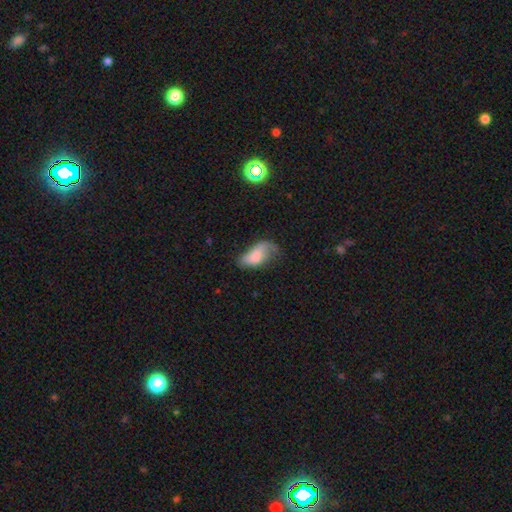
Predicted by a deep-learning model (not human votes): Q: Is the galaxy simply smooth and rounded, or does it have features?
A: smooth — 64%.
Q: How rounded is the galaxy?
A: in between — 91%.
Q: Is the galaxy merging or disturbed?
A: major disturbance — 33%, tied with minor disturbance.